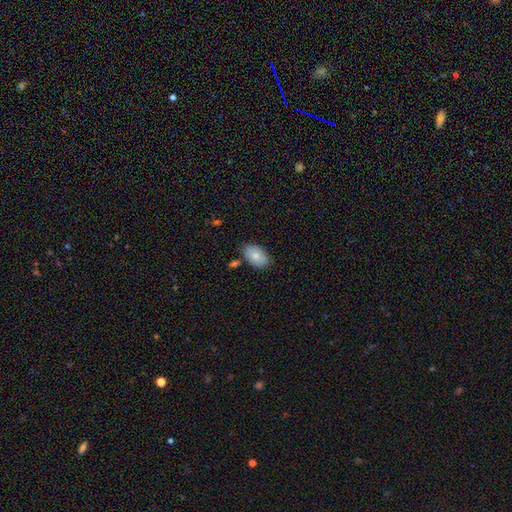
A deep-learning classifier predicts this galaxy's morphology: smooth 81%, featured or disk 12%, star or artifact 7%. Down the decision tree: how rounded — in between (92%); merging — none (77%).